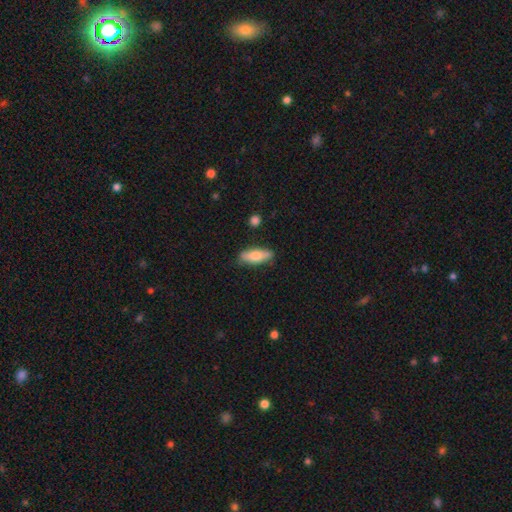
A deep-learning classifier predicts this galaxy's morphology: A smooth galaxy with no disk features (72%) that is in between round and cigar-shaped (61%). Merging: none (81%).